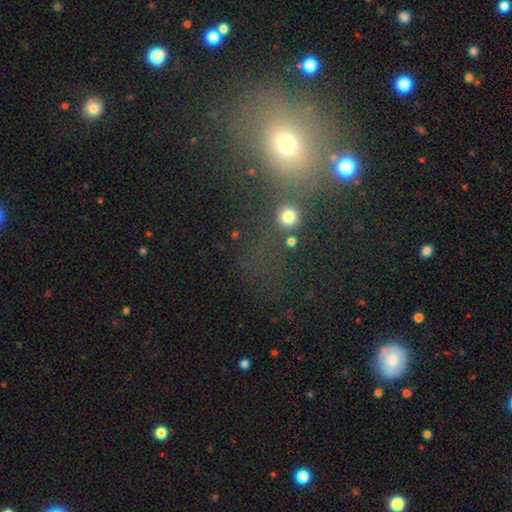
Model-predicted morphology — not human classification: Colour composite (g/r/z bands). It shows a smooth galaxy with no disk features (47%). Merging: none (49%).